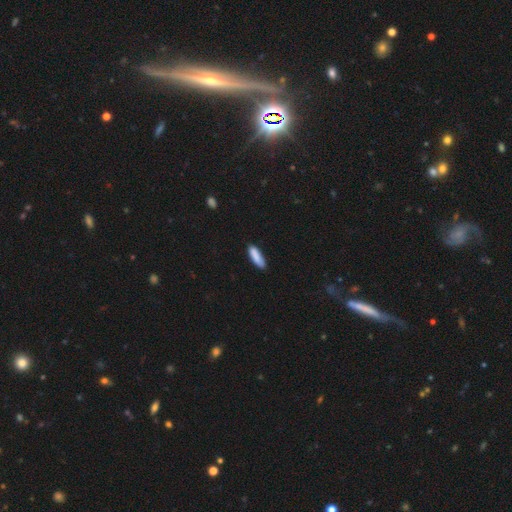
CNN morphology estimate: Smooth or featured? Predicted: smooth (p=0.87). How rounded? Predicted: cigar-shaped (p=0.59). Merging? Predicted: none (p=0.80).